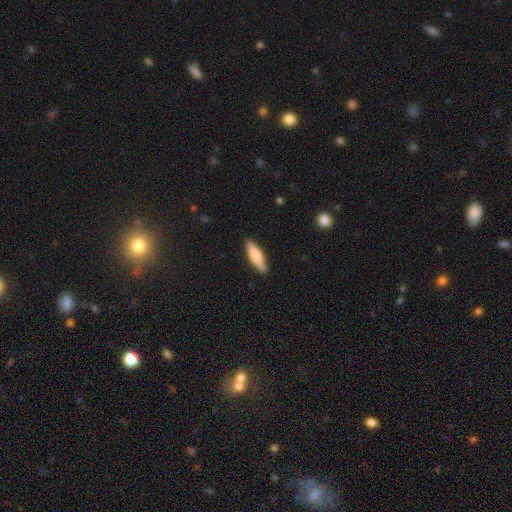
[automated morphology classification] This is likely a smooth galaxy (72%). How rounded: likely cigar-shaped (67%). Merging: clearly none (87%).